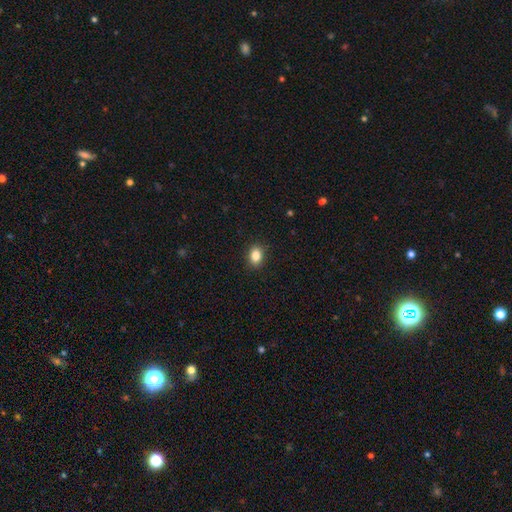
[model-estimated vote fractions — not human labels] Smooth or featured?
  - smooth: 86% *
  - star or artifact: 9%
  - featured or disk: 5%
How rounded?
  - in between: 70% *
  - round: 29%
  - cigar-shaped: 1%
Merging?
  - none: 89% *
  - minor disturbance: 8%
  - major disturbance: 2%
  - merger: 1%